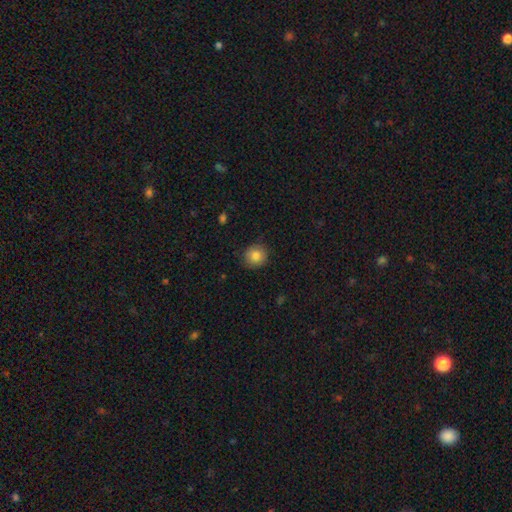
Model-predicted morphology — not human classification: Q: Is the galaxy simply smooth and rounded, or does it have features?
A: smooth — 82%.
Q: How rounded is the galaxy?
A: round — 89%.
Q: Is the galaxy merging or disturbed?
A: none — 84%.